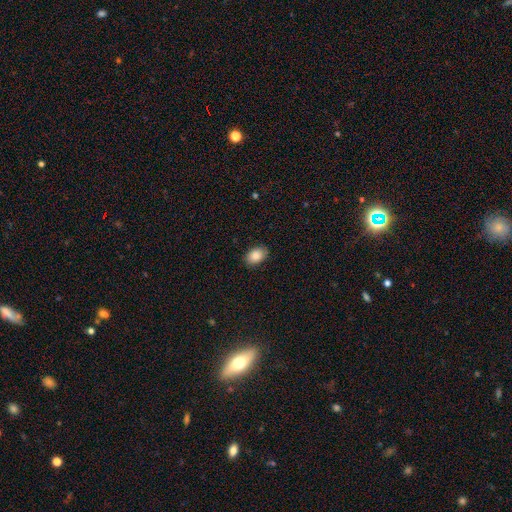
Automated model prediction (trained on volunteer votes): Q: Smooth or featured?
A: smooth (86%); runner-up: star or artifact (8%)
Q: How rounded?
A: in between (86%); runner-up: round (12%)
Q: Merging?
A: none (87%); runner-up: minor disturbance (10%)